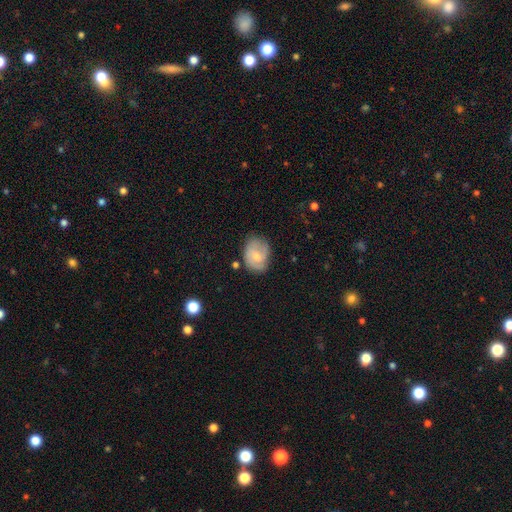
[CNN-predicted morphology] This appears to be a featured or disk galaxy (47%). Merging: none (63%).